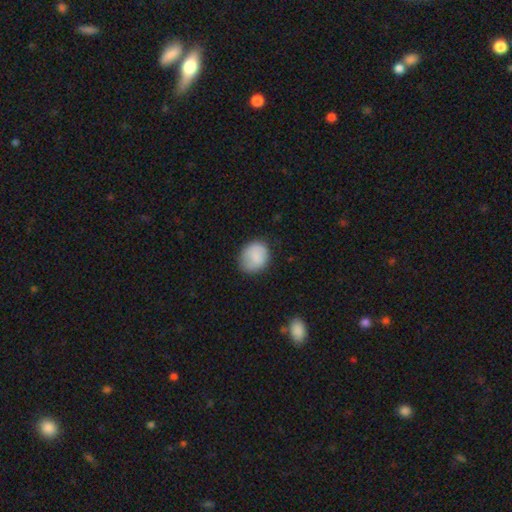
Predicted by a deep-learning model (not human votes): A smooth galaxy with no disk features (83%) that is round (66%). Merging: none (77%).